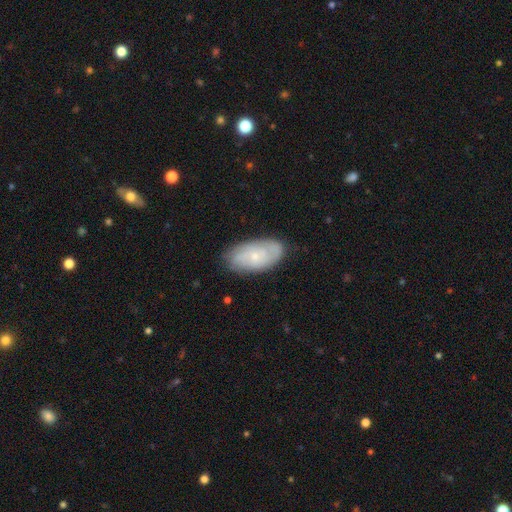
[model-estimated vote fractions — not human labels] Q: Smooth or featured?
A: featured or disk (53%); runner-up: smooth (40%)
Q: Edge-on disk?
A: no (92%); runner-up: yes (8%)
Q: Merging?
A: none (78%); runner-up: minor disturbance (17%)